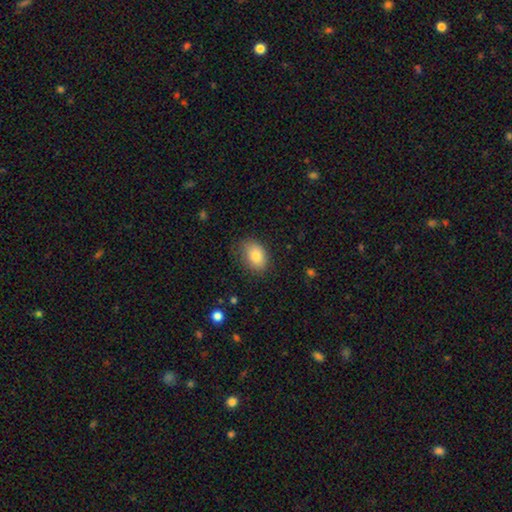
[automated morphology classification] The model was most divided on "merging": none: 77%, minor disturbance: 18%, major disturbance: 4%, merger: 1%. More confident: how rounded — in between (82%); smooth or featured — smooth (82%).